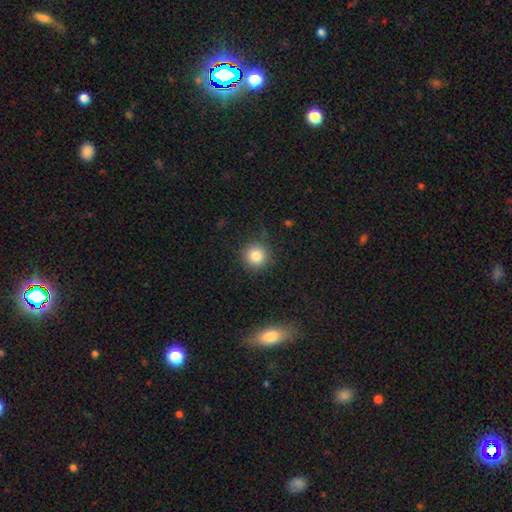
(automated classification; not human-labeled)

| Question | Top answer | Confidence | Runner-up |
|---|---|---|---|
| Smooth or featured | smooth | 83% | star or artifact (11%) |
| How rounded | round | 94% | in between (5%) |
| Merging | none | 84% | minor disturbance (11%) |